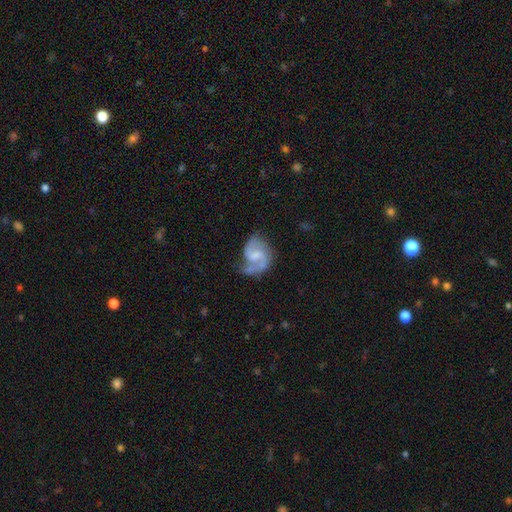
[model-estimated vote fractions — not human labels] smooth-or-featured: featured or disk: 87% | smooth: 8% | star or artifact: 5%
  disk-edge-on: no: 98% | yes: 2%
    bar: weak: 56% | no: 31% | strong: 13%
    has-spiral-arms: yes: 97% | no: 3%
      spiral-winding: medium: 56% | loose: 28% | tight: 16%
      spiral-arm-count: 2: 90% | 1: 4% | can't tell: 3% | 3: 1% | 4: 1% | more than 4: 1%
    bulge-size: small: 37% | moderate: 30% | none: 29% | large: 4% | dominant: 1%
  merging: none: 64% | minor disturbance: 22% | major disturbance: 11% | merger: 3%